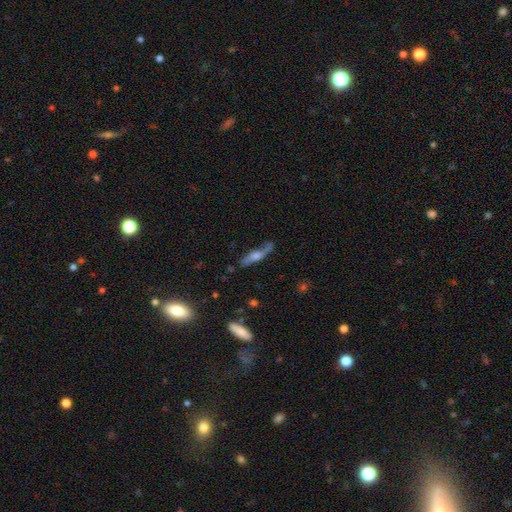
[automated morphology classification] Overall: featured or disk (67%). Edge-on disk: yes (65%; no 35%). Merging: none (68%).